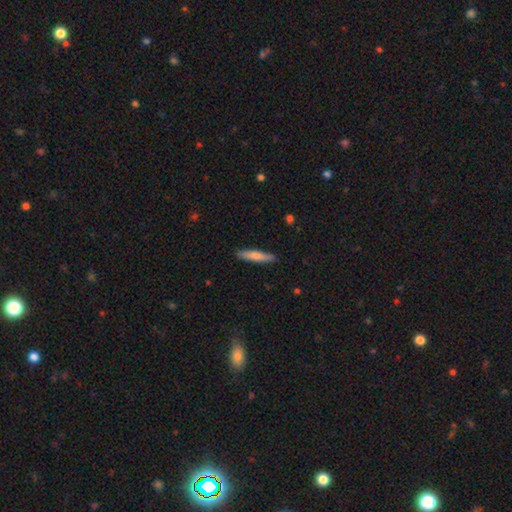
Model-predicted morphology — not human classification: smooth 72%, featured or disk 22%, star or artifact 5%. Down the decision tree: how rounded — cigar-shaped (90%); merging — none (90%).